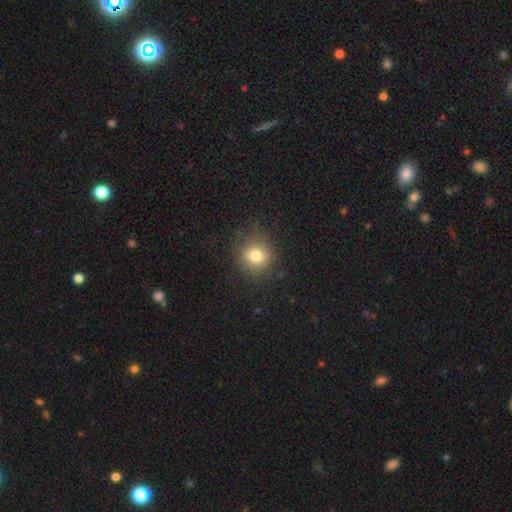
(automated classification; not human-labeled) A smooth galaxy with no disk features (78%) that is round (85%).

Vote fractions:
- Smooth or featured? smooth: 78% / star or artifact: 13% / featured or disk: 9%
- How rounded? round: 85% / in between: 14% / cigar-shaped: 1%
- Merging? none: 81% / minor disturbance: 12% / major disturbance: 5% / merger: 1%